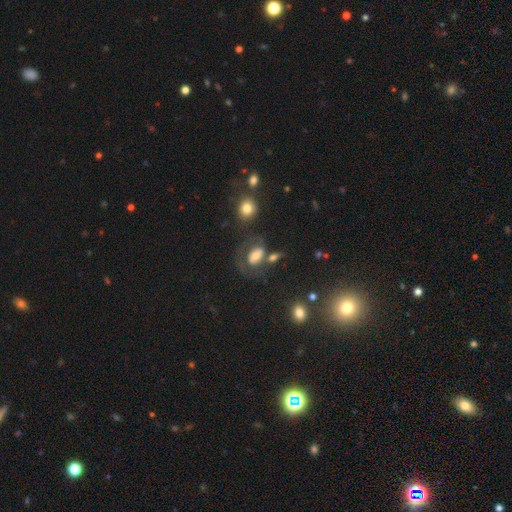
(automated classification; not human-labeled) Q: Smooth or featured?
A: smooth (57%); runner-up: featured or disk (30%)
Q: How rounded?
A: in between (81%); runner-up: round (16%)
Q: Merging?
A: none (34%); runner-up: major disturbance (30%)